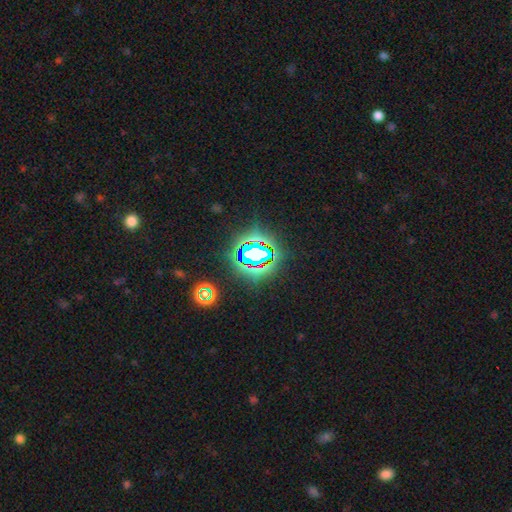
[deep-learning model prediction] The model was most divided on "smooth or featured": star or artifact: 71%, smooth: 17%, featured or disk: 12%.